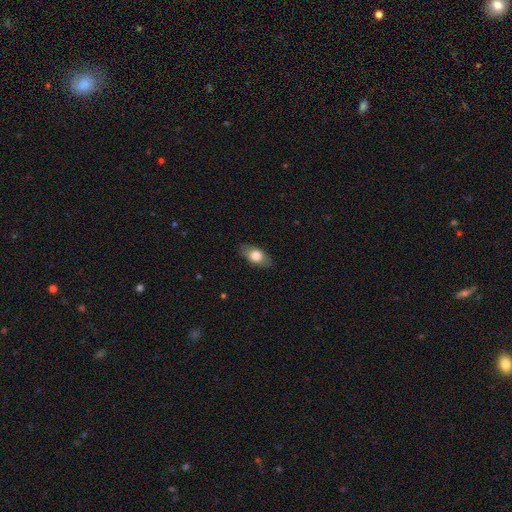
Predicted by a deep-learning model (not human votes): The model was most divided on "smooth or featured": smooth: 72%, featured or disk: 21%, star or artifact: 7%. More confident: how rounded — in between (85%); merging — none (84%).